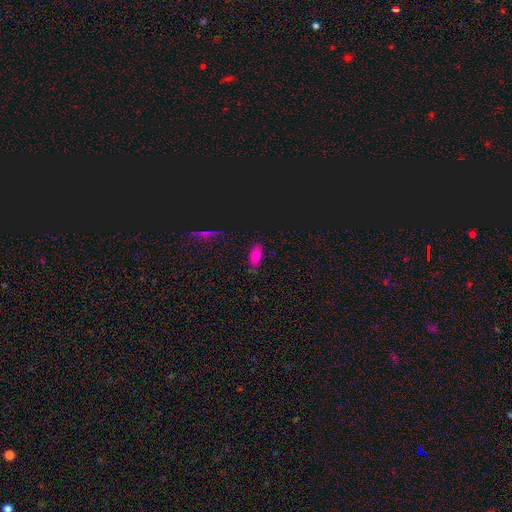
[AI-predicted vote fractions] A smooth galaxy with no disk features (71%) that is in between round and cigar-shaped (87%). Merging: none (81%).